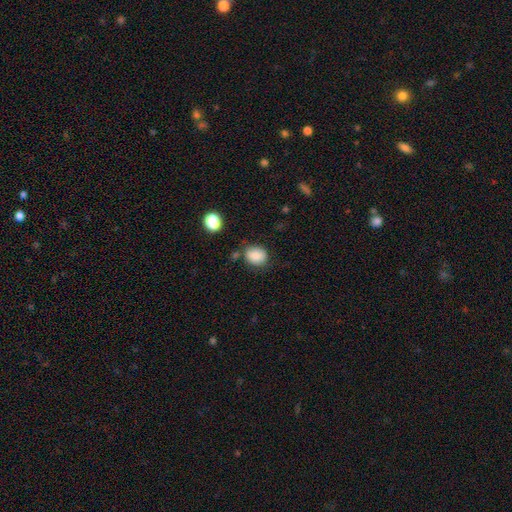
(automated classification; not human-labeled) Smooth or featured: smooth — 84% (star or artifact — 9%)
How rounded: round — 60% (in between — 39%)
Merging: none — 72% (minor disturbance — 17%)